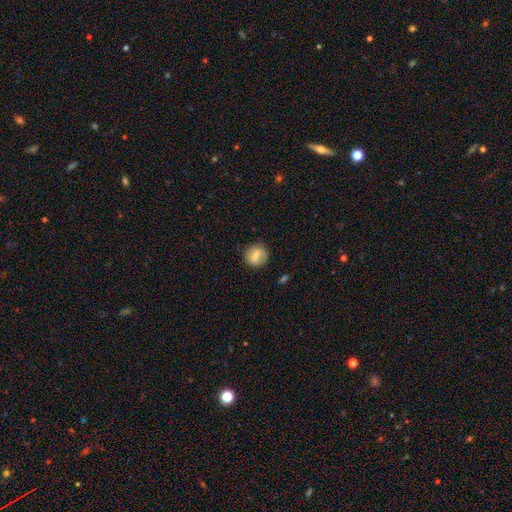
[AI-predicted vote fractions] Smooth or featured? Predicted: smooth (p=0.65). How rounded? Predicted: round (p=0.85). Merging? Predicted: none (p=0.79).